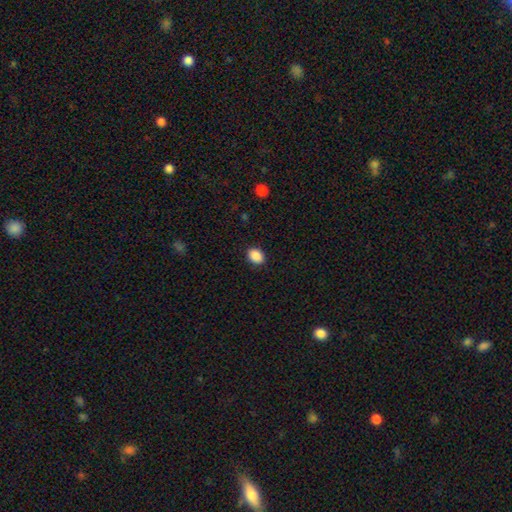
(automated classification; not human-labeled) Smooth or featured: smooth — 89% (star or artifact — 8%)
How rounded: in between — 65% (round — 34%)
Merging: none — 89% (minor disturbance — 7%)